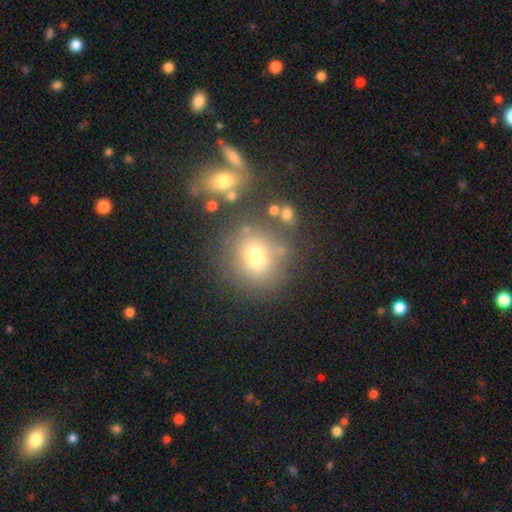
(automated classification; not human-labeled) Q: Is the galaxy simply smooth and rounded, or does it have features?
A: smooth — 70%.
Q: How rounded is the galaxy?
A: round — 80%.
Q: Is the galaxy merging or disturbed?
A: none — 71%.